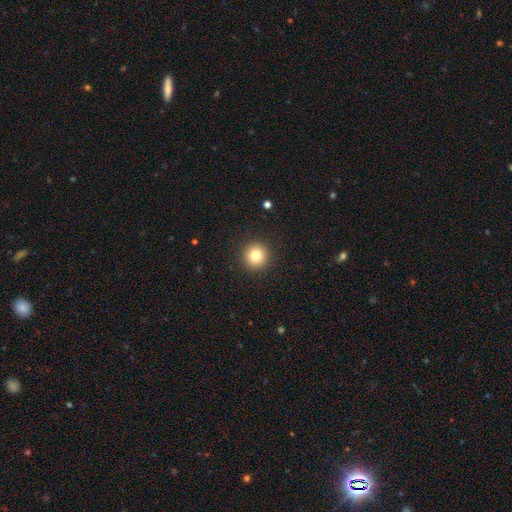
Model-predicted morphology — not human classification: This is clearly a smooth galaxy (80%). How rounded: clearly round (95%). Merging: clearly none (93%).